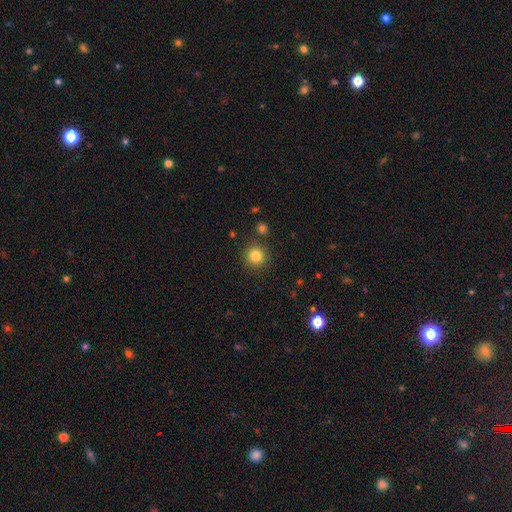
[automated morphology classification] A smooth galaxy with no disk features (83%) that is round (93%). Merging: none (87%).